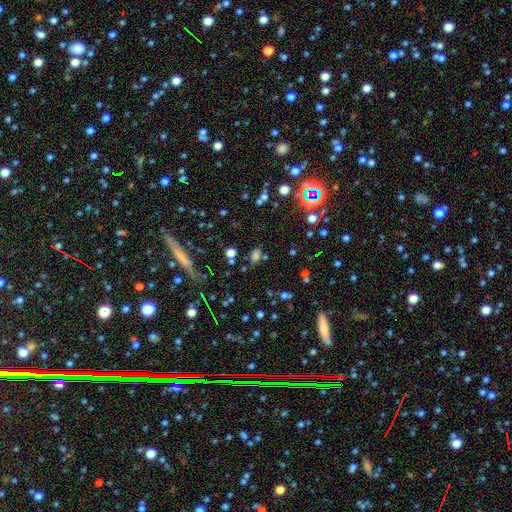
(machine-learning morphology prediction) Smooth or featured?
  - smooth: 64% *
  - star or artifact: 28%
  - featured or disk: 8%
How rounded?
  - in between: 78% *
  - round: 18%
  - cigar-shaped: 4%
Merging?
  - none: 74% *
  - minor disturbance: 14%
  - merger: 7%
  - major disturbance: 5%